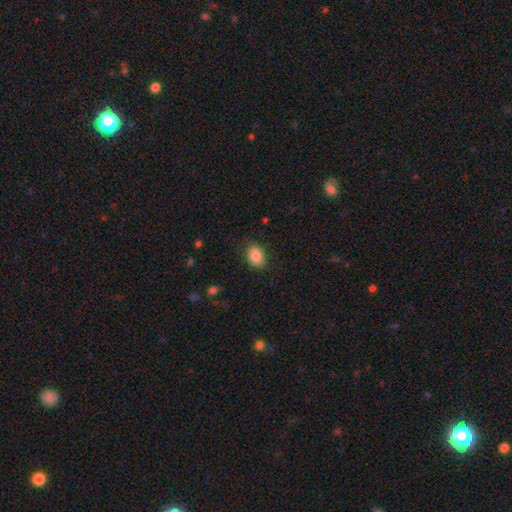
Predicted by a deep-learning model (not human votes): This is clearly a smooth galaxy (86%). How rounded: likely in between (80%). Merging: clearly none (86%).